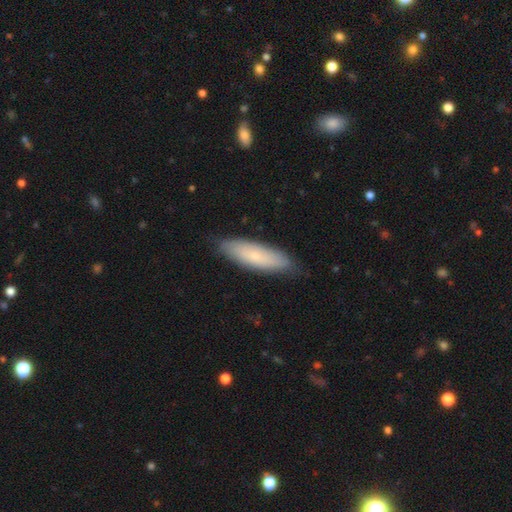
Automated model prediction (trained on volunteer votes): The model was most divided on "how rounded": cigar-shaped: 59%, in between: 39%, round: 2%. More confident: merging — none (83%); smooth or featured — smooth (69%).